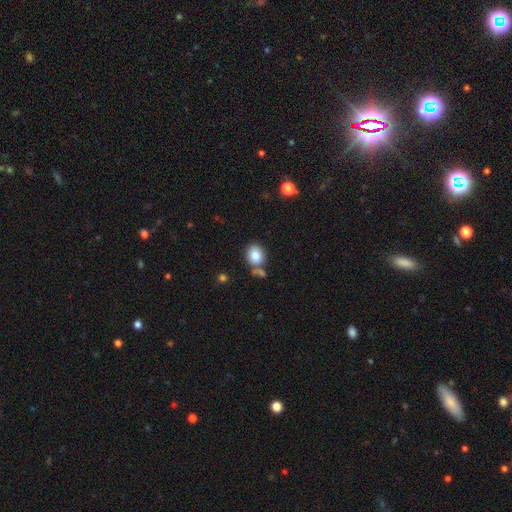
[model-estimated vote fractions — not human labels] smooth_or_featured: smooth (p=0.82) [alt: star or artifact p=0.09]
how_rounded: round (p=0.63) [alt: in between p=0.36]
merging: none (p=0.66) [alt: merger p=0.17]